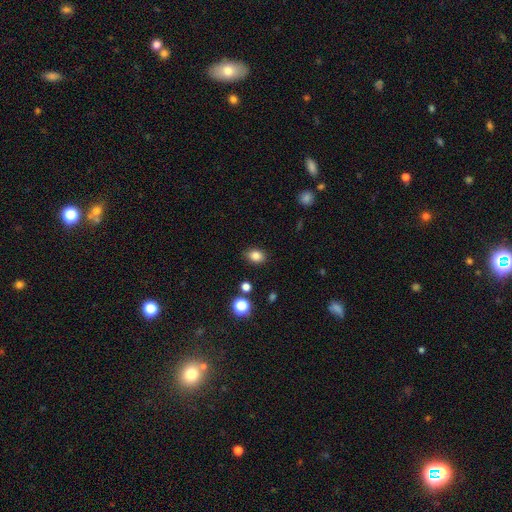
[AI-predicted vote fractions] smooth 83%, star or artifact 12%, featured or disk 5%. Down the decision tree: how rounded — in between (66%); merging — none (85%).